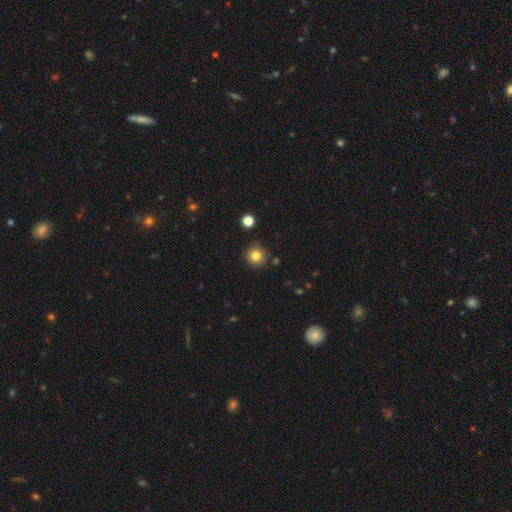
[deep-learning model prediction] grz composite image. It shows a smooth galaxy with no disk features (83%) that is round (94%). Merging: none (88%).